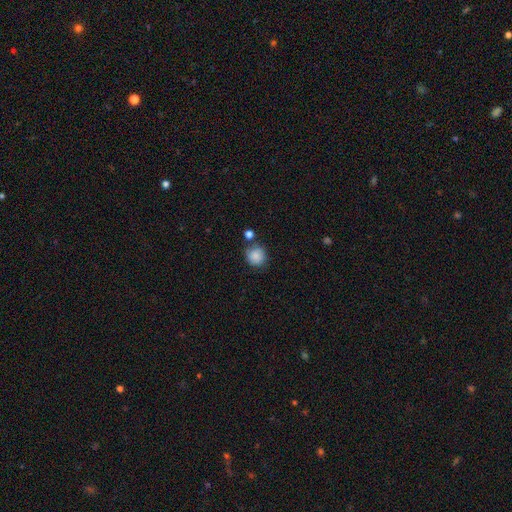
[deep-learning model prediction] The model was most divided on "merging": none: 68%, minor disturbance: 15%, merger: 12%, major disturbance: 4%. More confident: how rounded — round (88%); smooth or featured — smooth (86%).